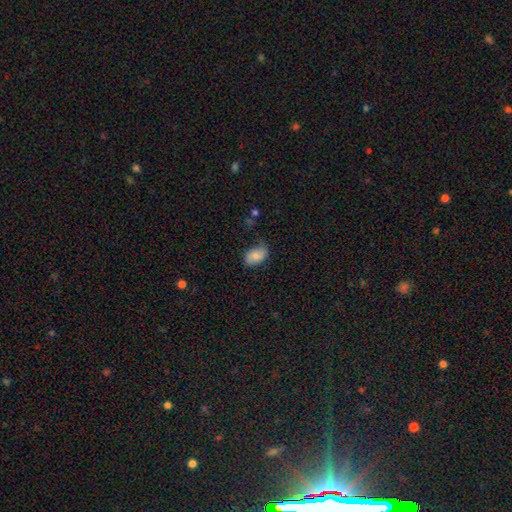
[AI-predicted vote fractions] A smooth galaxy with no disk features (80%) that is in between round and cigar-shaped (87%). Merging: none (59%).